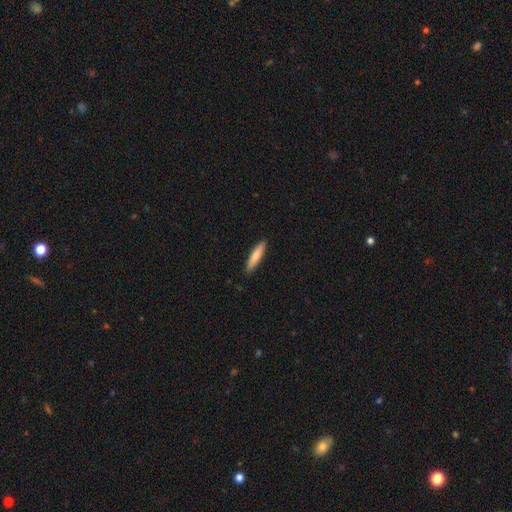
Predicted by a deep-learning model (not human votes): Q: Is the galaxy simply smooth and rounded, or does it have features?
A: smooth — 77%.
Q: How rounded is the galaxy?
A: cigar-shaped — 84%.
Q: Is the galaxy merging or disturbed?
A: none — 91%.